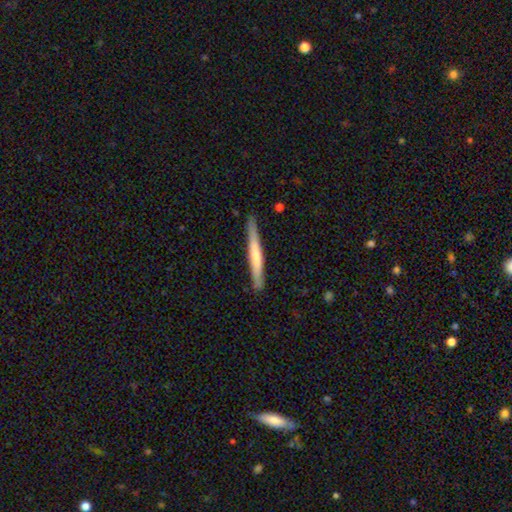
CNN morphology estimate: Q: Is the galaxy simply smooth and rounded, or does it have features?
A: smooth — 55%.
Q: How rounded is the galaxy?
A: cigar-shaped — 96%.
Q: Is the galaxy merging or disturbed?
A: none — 86%.